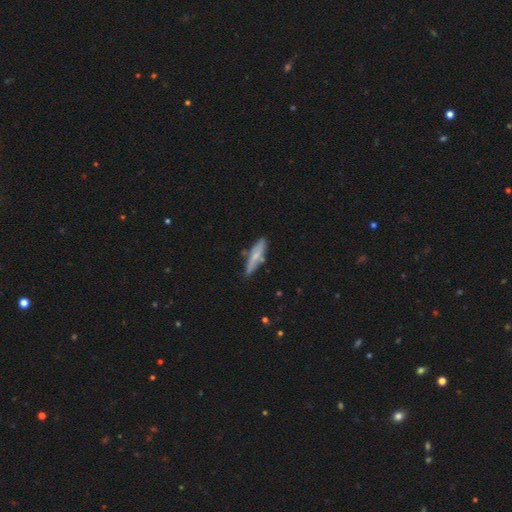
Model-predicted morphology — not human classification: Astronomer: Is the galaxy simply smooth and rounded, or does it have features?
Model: smooth — 54% (runner-up: featured or disk, 39%).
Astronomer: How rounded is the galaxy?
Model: cigar-shaped — 71%.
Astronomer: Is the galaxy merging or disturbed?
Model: none — 72%.